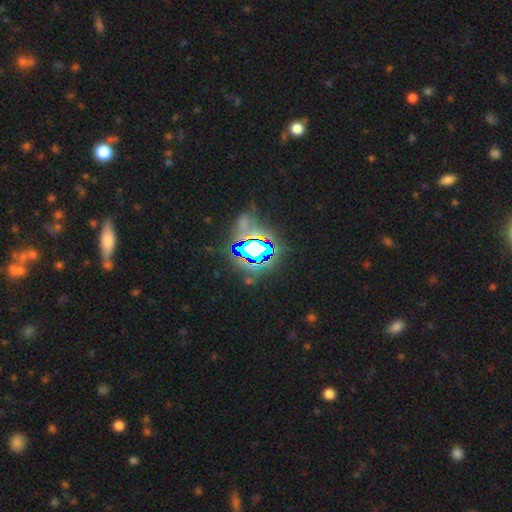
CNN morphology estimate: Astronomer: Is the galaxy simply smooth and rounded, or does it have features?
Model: star or artifact — 81%.